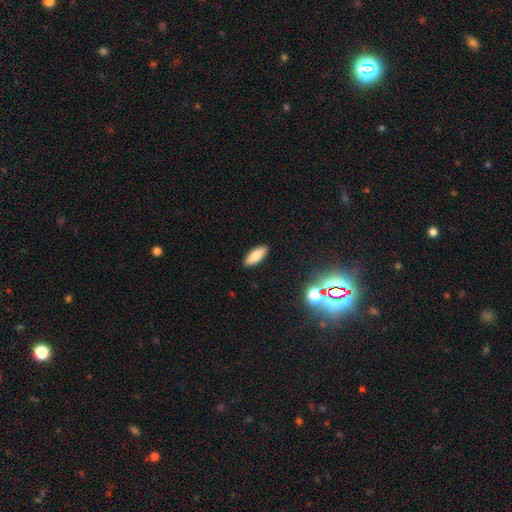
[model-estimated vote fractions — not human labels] Morphology: type=smooth (80%); roundness=in between (72%); merging=none (90%).